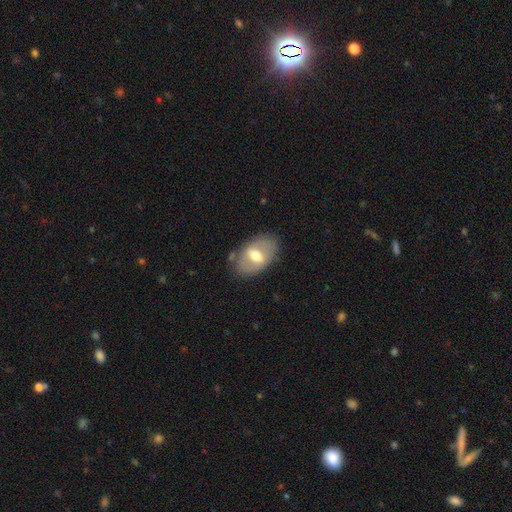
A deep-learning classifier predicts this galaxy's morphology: Q: Smooth or featured?
A: featured or disk (47%); tied with: smooth (47%)
Q: Merging?
A: none (76%); runner-up: minor disturbance (16%)